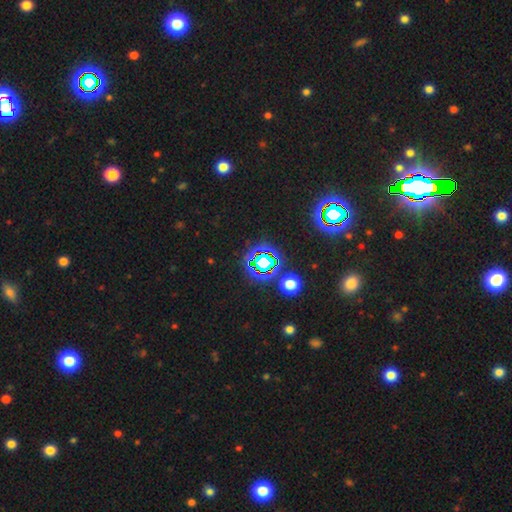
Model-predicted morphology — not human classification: star or artifact 75%, smooth 17%, featured or disk 9%.